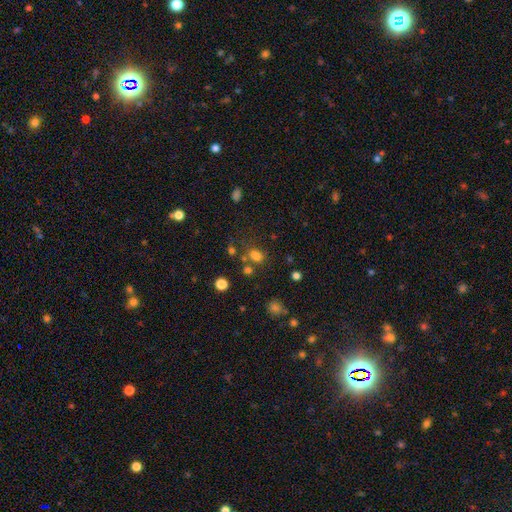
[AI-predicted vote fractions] A smooth galaxy with no disk features (72%) that is in between round and cigar-shaped (59%). Merging: none (59%).